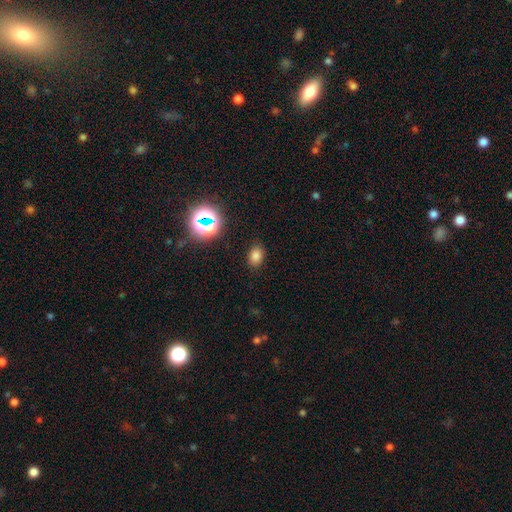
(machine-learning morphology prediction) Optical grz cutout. It shows a smooth galaxy with no disk features (76%) that is in between round and cigar-shaped (72%). Merging: none (86%).